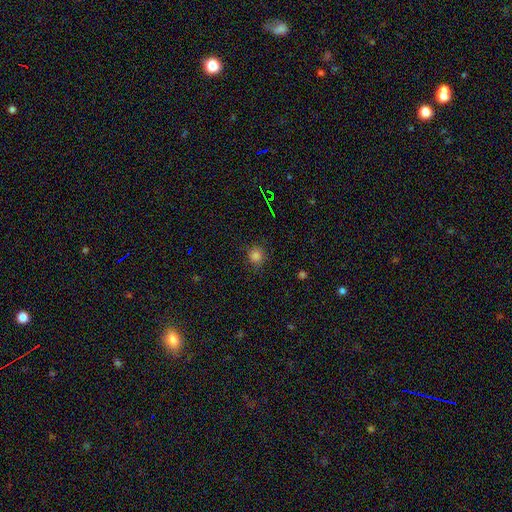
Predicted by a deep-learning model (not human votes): Smooth or featured? smooth (80%)
How rounded? round (89%)
Merging? none (83%)